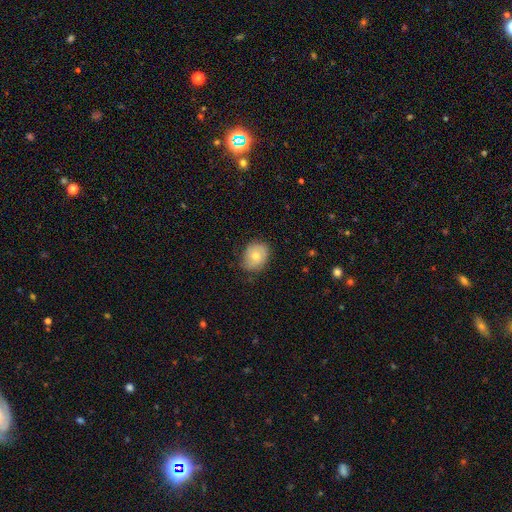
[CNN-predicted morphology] This appears to be a smooth galaxy with no disk features (58%) that is round (53%). Merging: none (75%).